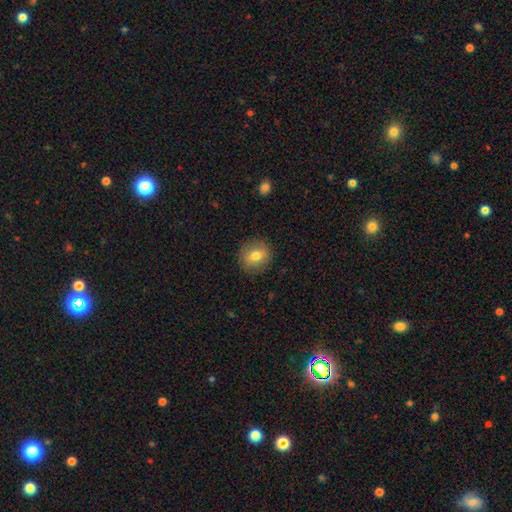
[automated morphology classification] This appears to be a smooth galaxy with no disk features (74%) that is round (78%). Merging: none (87%).